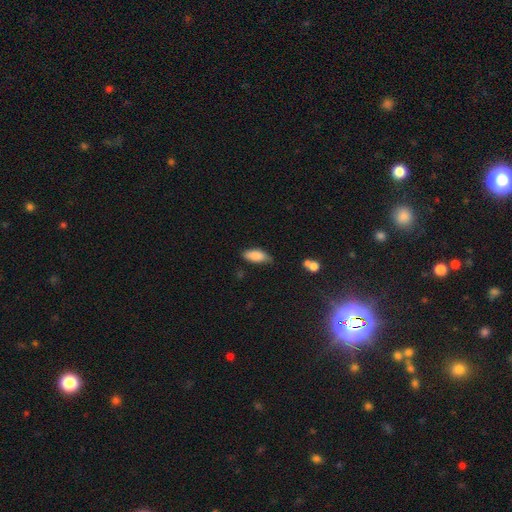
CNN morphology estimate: A smooth galaxy with no disk features (83%) that is in between round and cigar-shaped (84%).

Vote fractions:
- Smooth or featured? smooth: 83% / featured or disk: 10% / star or artifact: 7%
- How rounded? in between: 84% / cigar-shaped: 14% / round: 2%
- Merging? none: 69% / minor disturbance: 25% / major disturbance: 4% / merger: 2%